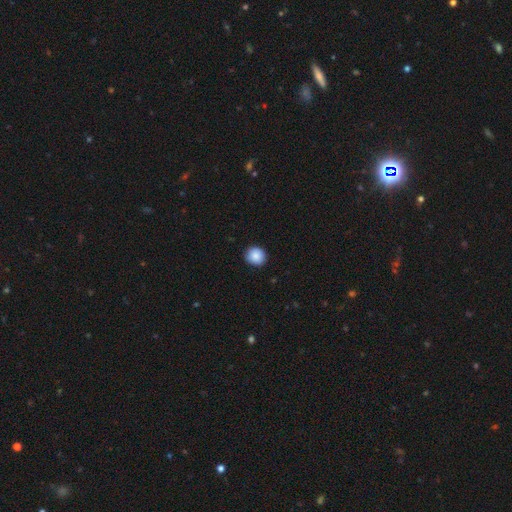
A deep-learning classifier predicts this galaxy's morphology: Smooth or featured? smooth (88%)
How rounded? round (89%)
Merging? none (90%)